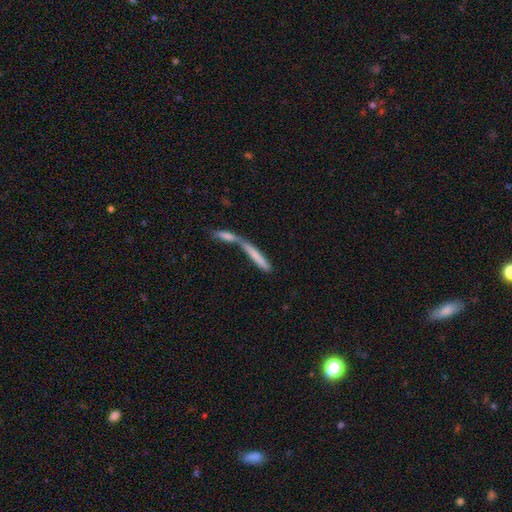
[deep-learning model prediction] Morphology: type=smooth (65%); roundness=cigar-shaped (89%); merging=merger (66%).